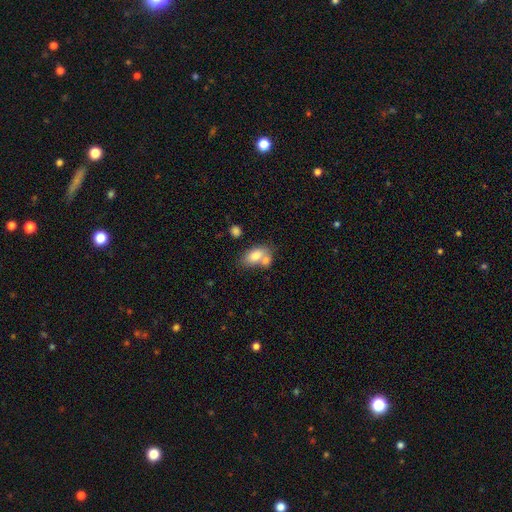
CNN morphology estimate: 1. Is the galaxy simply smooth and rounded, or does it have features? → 76% smooth, 16% featured or disk, 7% star or artifact.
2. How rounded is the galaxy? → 89% in between, 9% round, 3% cigar-shaped.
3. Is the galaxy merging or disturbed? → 47% merger, 37% none, 12% minor disturbance, 5% major disturbance.